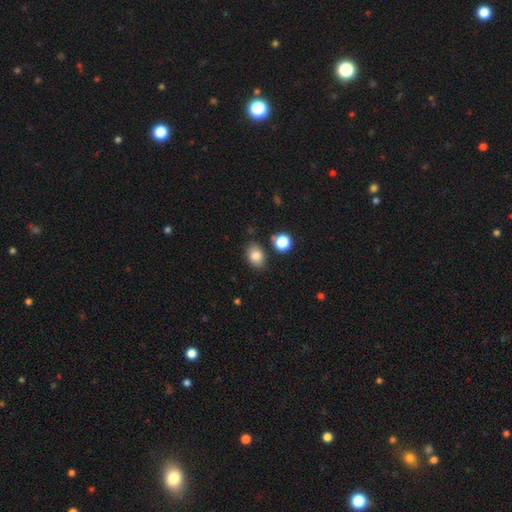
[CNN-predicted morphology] Smooth or featured? Predicted: smooth (p=0.84). How rounded? Predicted: in between (p=0.73). Merging? Predicted: none (p=0.78).